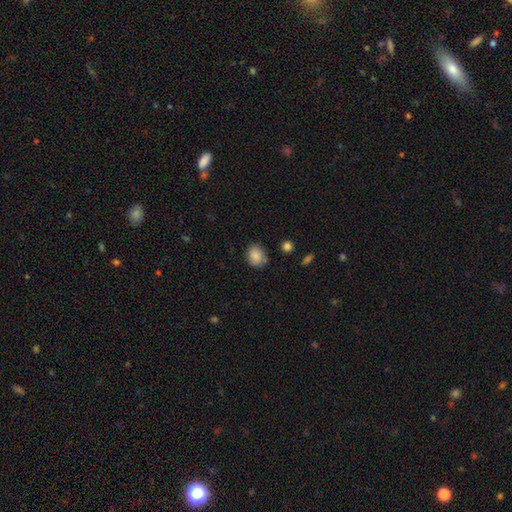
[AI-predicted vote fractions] A smooth galaxy with no disk features (84%) that is round (53%).

Vote fractions:
- Smooth or featured? smooth: 84% / star or artifact: 8% / featured or disk: 8%
- How rounded? round: 53% / in between: 46% / cigar-shaped: 1%
- Merging? none: 68% / minor disturbance: 22% / major disturbance: 5% / merger: 4%